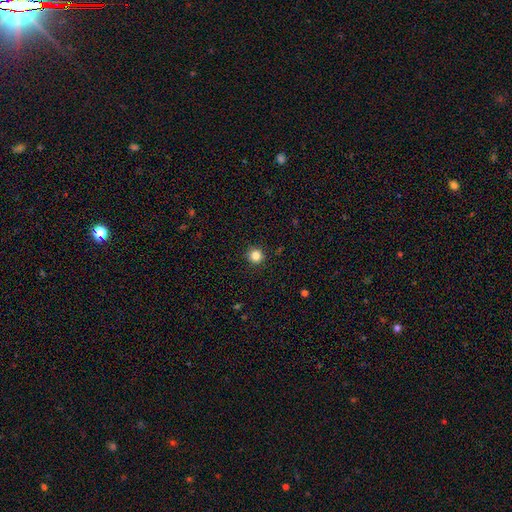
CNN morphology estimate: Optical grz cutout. It shows a smooth galaxy with no disk features (84%) that is round (95%). Merging: none (92%).